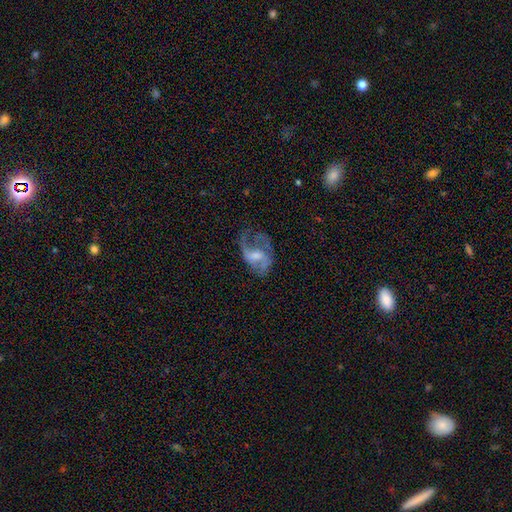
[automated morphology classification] Smooth or featured: featured or disk — 73% (smooth — 19%)
Edge-on disk: no — 97% (yes — 3%)
Bar: weak — 47% (no — 40%)
Spiral arms: yes — 80% (no — 20%)
Spiral winding: loose — 49% (medium — 39%)
Spiral arm count: 2 — 55% (can't tell — 17%)
Bulge size: moderate — 46% (small — 28%)
Merging: none — 40% (major disturbance — 36%)